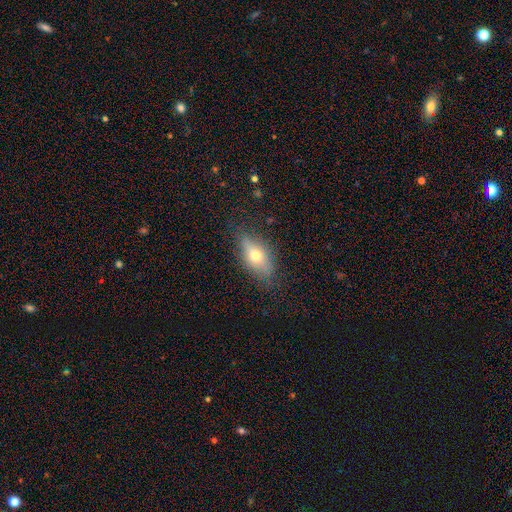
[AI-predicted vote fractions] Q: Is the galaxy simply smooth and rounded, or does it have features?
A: smooth — 63%.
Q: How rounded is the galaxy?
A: in between — 81%.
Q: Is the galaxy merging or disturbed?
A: none — 75%.